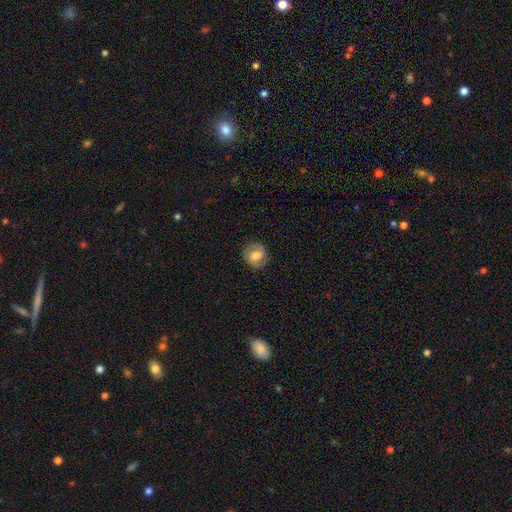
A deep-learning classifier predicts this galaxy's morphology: A featured or disk galaxy (55%) with a weak bar (46%), spiral arms (87%) and a moderate central bulge (54%). Merging: none (81%).